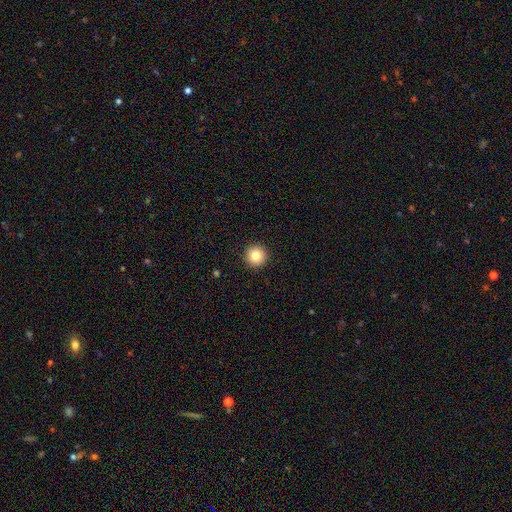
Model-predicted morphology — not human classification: smooth_or_featured: smooth (p=0.82) [alt: star or artifact p=0.11]
how_rounded: round (p=0.97) [alt: in between p=0.02]
merging: none (p=0.94) [alt: minor disturbance p=0.04]